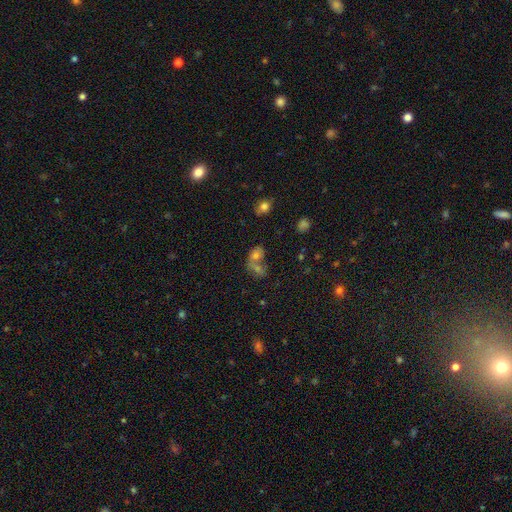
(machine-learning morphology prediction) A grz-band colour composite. It shows a smooth galaxy with no disk features (65%) that is in between round and cigar-shaped (65%). Merging: merger (65%).